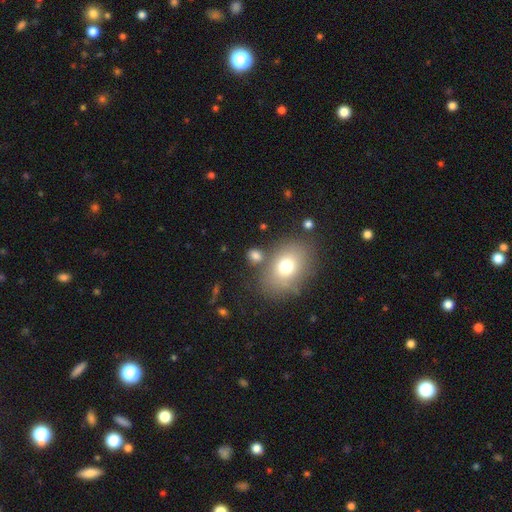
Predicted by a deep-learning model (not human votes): Morphology: type=smooth (74%); roundness=in between (51%); merging=none (68%).